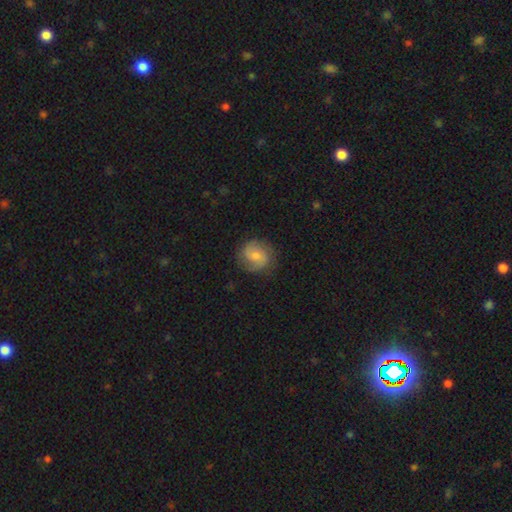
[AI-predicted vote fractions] smooth-or-featured: featured or disk: 48% | smooth: 43% | star or artifact: 8%
  merging: none: 81% | minor disturbance: 13% | major disturbance: 4% | merger: 1%